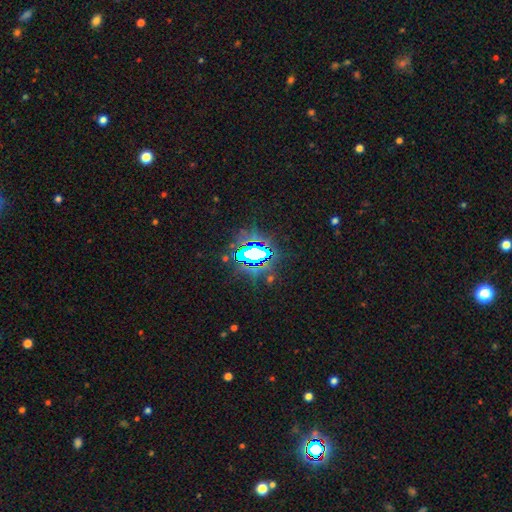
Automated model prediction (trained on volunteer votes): Q: Smooth or featured?
A: star or artifact (71%); runner-up: smooth (16%)